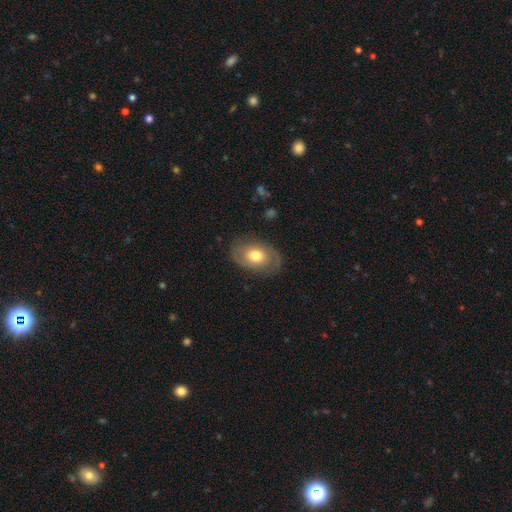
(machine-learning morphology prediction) Smooth or featured?
  - smooth: 49% *
  - featured or disk: 44%
  - star or artifact: 7%
Merging?
  - none: 78% *
  - minor disturbance: 15%
  - major disturbance: 5%
  - merger: 1%